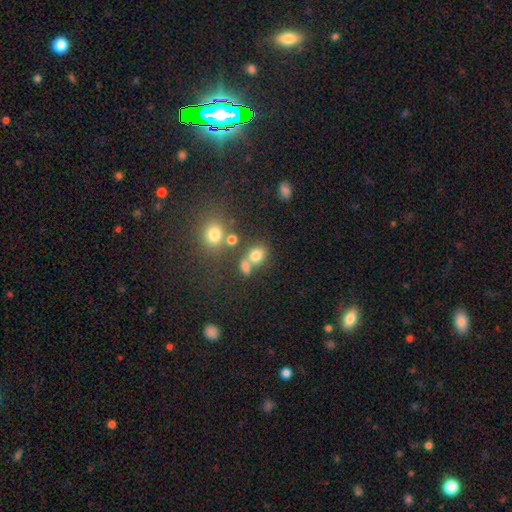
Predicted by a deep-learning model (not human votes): Smooth or featured: smooth — 74% (star or artifact — 16%)
How rounded: round — 57% (in between — 41%)
Merging: none — 49% (merger — 33%)